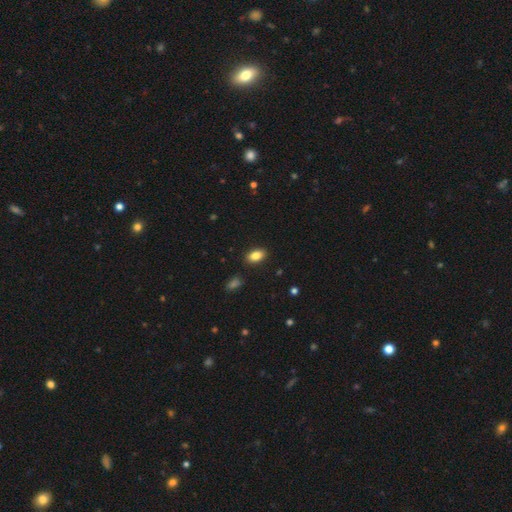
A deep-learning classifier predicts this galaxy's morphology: Smooth or featured: smooth — 84% (star or artifact — 9%)
How rounded: in between — 90% (round — 7%)
Merging: none — 87% (minor disturbance — 9%)